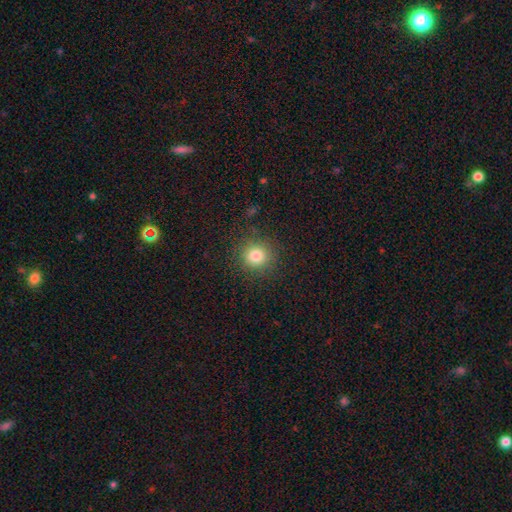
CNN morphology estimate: Smooth or featured?
  - smooth: 81% *
  - star or artifact: 13%
  - featured or disk: 6%
How rounded?
  - round: 91% *
  - in between: 8%
  - cigar-shaped: 1%
Merging?
  - none: 87% *
  - minor disturbance: 8%
  - major disturbance: 3%
  - merger: 1%